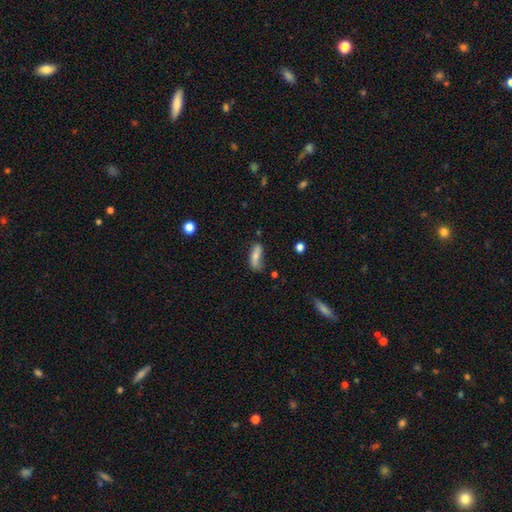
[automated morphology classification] Smooth or featured: smooth — 67% (featured or disk — 25%)
How rounded: in between — 61% (cigar-shaped — 36%)
Merging: none — 51% (minor disturbance — 31%)